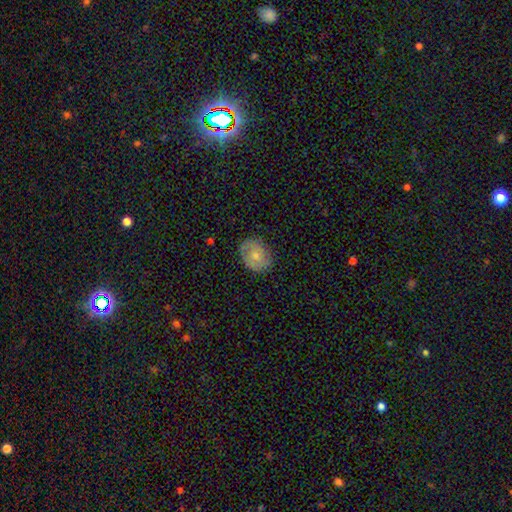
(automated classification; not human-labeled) Smooth or featured: smooth — 61% (featured or disk — 31%)
How rounded: in between — 53% (round — 46%)
Merging: none — 77% (minor disturbance — 17%)